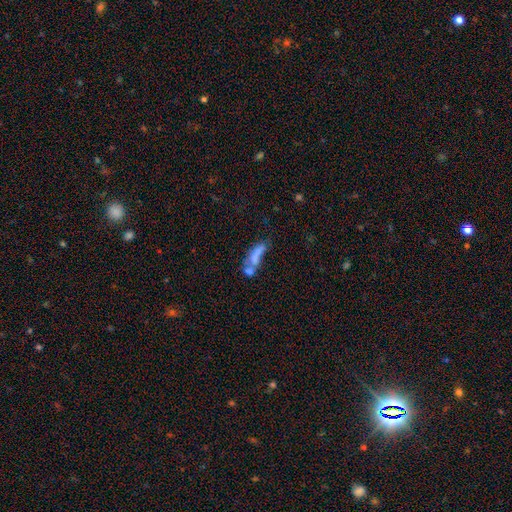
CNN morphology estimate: A smooth galaxy with no disk features (55%) that is in between round and cigar-shaped (56%). Merging: merger (49%).